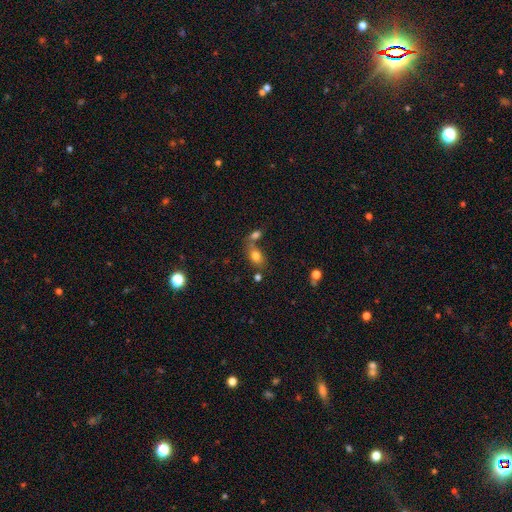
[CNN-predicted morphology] Smooth or featured?
  - smooth: 77% *
  - featured or disk: 12%
  - star or artifact: 11%
How rounded?
  - in between: 81% *
  - round: 17%
  - cigar-shaped: 2%
Merging?
  - none: 51% *
  - merger: 31%
  - minor disturbance: 13%
  - major disturbance: 5%